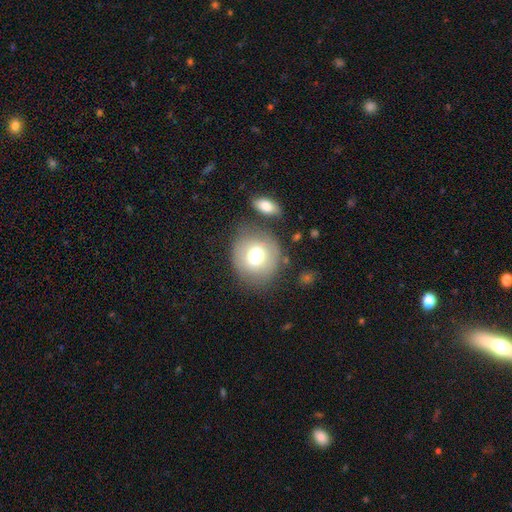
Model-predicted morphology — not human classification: Smooth or featured? Predicted: smooth (p=0.69). How rounded? Predicted: round (p=0.75). Merging? Predicted: none (p=0.69).